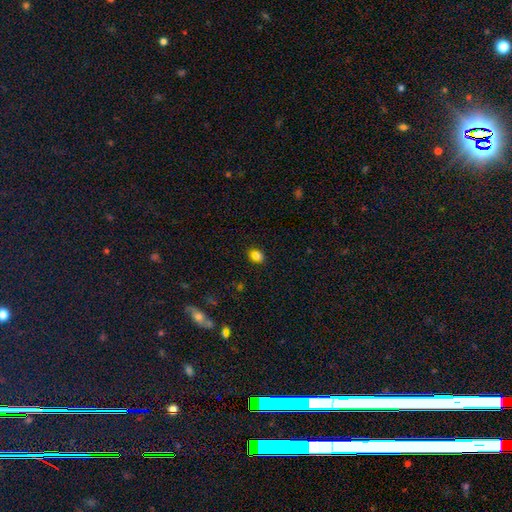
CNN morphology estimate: smooth-or-featured: smooth: 78% | star or artifact: 13% | featured or disk: 9%
  how-rounded: in between: 60% | round: 39% | cigar-shaped: 1%
  merging: none: 83% | minor disturbance: 12% | merger: 3% | major disturbance: 2%